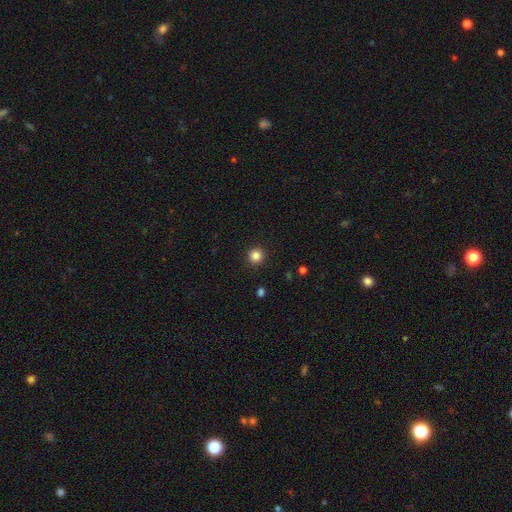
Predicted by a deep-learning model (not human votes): A smooth galaxy with no disk features (84%) that is round (95%).

Vote fractions:
- Smooth or featured? smooth: 84% / star or artifact: 12% / featured or disk: 4%
- How rounded? round: 95% / in between: 4% / cigar-shaped: 1%
- Merging? none: 92% / minor disturbance: 5% / major disturbance: 2% / merger: 1%